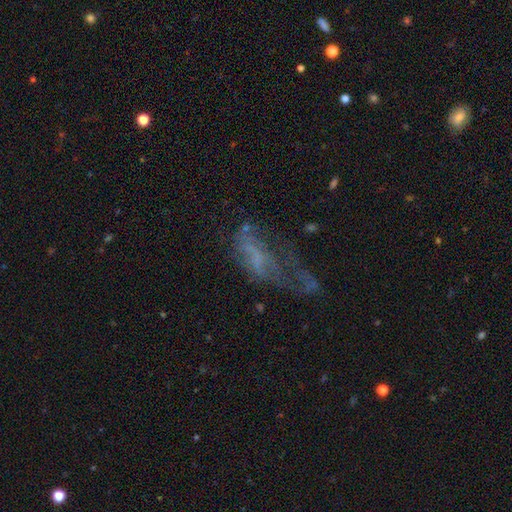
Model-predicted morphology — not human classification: A featured or disk galaxy (47%).

Vote fractions:
- Smooth or featured? featured or disk: 47% / smooth: 33% / star or artifact: 20%
- Merging? major disturbance: 51% / none: 24% / minor disturbance: 17% / merger: 8%